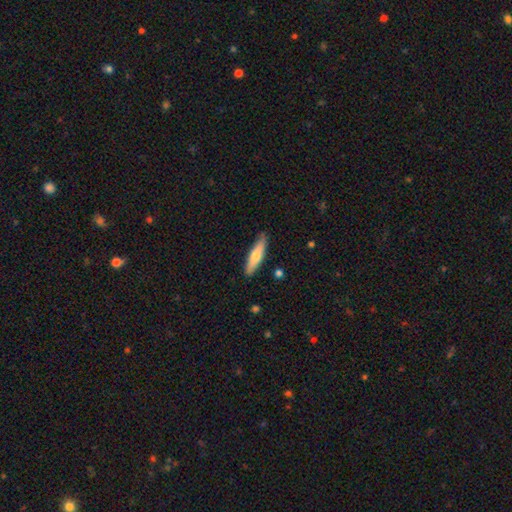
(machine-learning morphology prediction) smooth 67%, featured or disk 28%, star or artifact 6%. Down the decision tree: how rounded — cigar-shaped (75%); merging — none (85%).